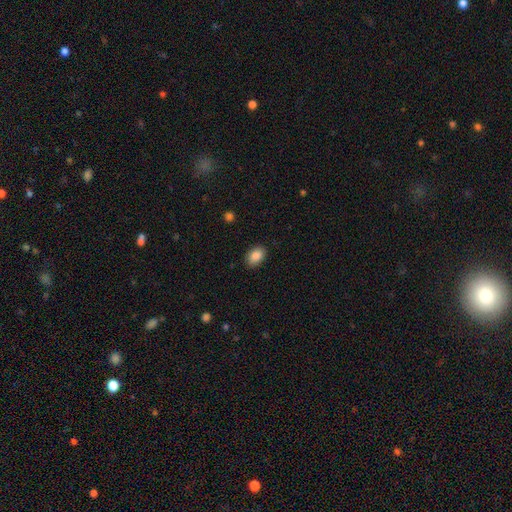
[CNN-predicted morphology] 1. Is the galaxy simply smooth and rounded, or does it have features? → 87% smooth, 8% star or artifact, 5% featured or disk.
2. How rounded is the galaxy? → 84% in between, 15% round, 1% cigar-shaped.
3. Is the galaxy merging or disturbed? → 88% none, 9% minor disturbance, 2% major disturbance, 1% merger.